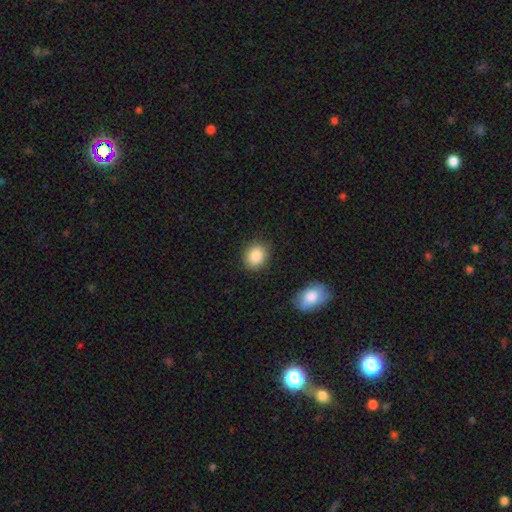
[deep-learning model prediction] The model was most divided on "how rounded": round: 62%, in between: 37%, cigar-shaped: 1%. More confident: smooth or featured — smooth (88%); merging — none (86%).